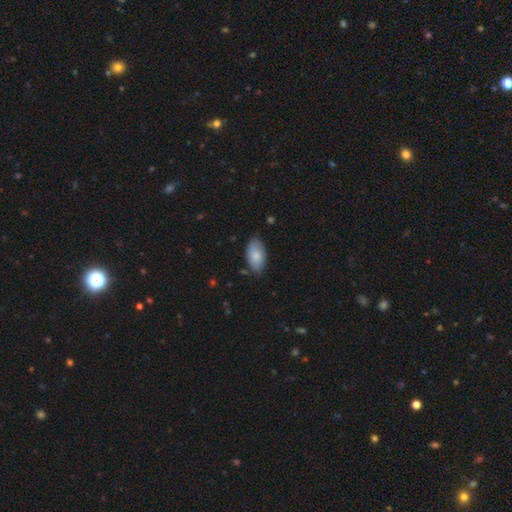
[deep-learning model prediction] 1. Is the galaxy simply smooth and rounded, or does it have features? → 82% smooth, 12% featured or disk, 6% star or artifact.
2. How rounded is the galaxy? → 94% in between, 4% round, 2% cigar-shaped.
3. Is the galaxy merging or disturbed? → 77% none, 19% minor disturbance, 3% major disturbance, 2% merger.